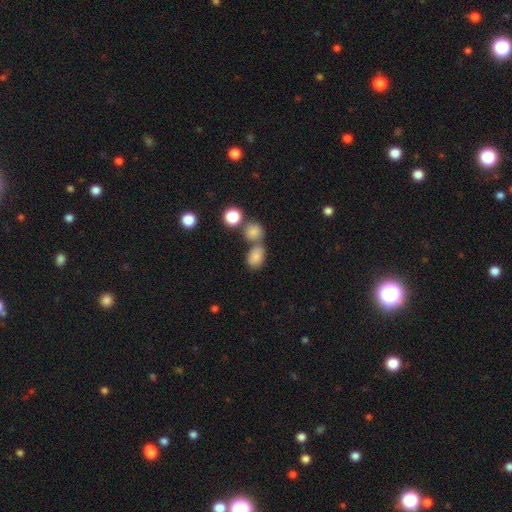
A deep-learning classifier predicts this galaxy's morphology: Smooth or featured: smooth — 78% (star or artifact — 14%)
How rounded: in between — 65% (round — 33%)
Merging: none — 49% (merger — 36%)